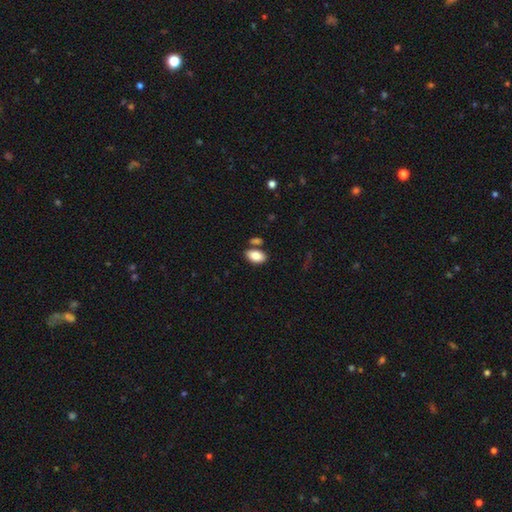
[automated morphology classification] smooth_or_featured: smooth (p=0.85) [alt: featured or disk p=0.08]
how_rounded: in between (p=0.93) [alt: round p=0.05]
merging: none (p=0.71) [alt: merger p=0.14]